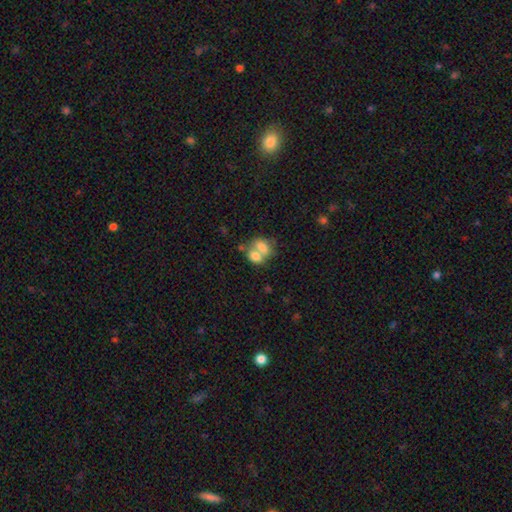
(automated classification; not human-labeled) smooth 73%, featured or disk 19%, star or artifact 9%. Down the decision tree: how rounded — in between (67%); merging — merger (68%).